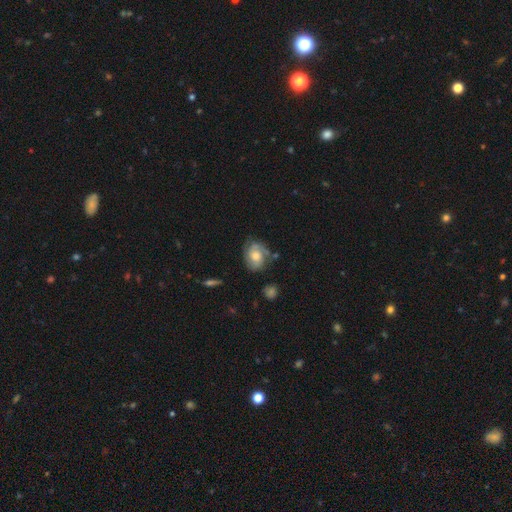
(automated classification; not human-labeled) Morphology: type=featured or disk (54%); edge-on=no (96%); bar=no (74%); spiral arms=yes (82%); bulge=moderate (58%); merging=none (65%).